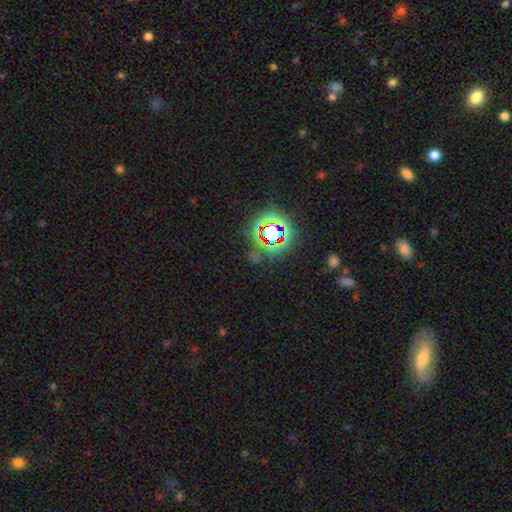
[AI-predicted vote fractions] Smooth or featured?
  - star or artifact: 75% *
  - smooth: 16%
  - featured or disk: 9%